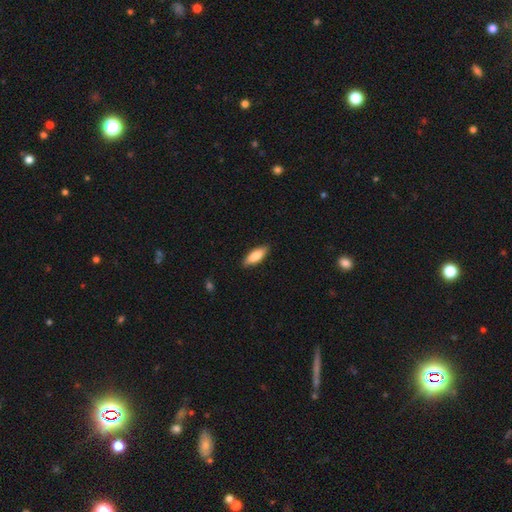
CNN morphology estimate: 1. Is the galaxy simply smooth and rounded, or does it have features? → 82% smooth, 13% featured or disk, 6% star or artifact.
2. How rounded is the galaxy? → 68% in between, 31% cigar-shaped, 2% round.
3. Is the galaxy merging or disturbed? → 87% none, 10% minor disturbance, 2% major disturbance, 1% merger.